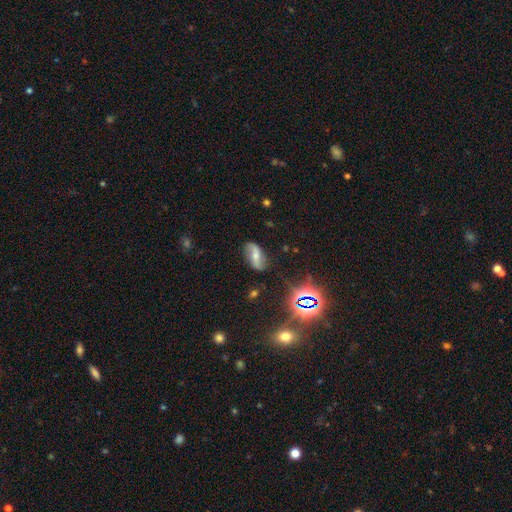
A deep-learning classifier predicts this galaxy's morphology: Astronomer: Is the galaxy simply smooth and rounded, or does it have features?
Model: featured or disk — 61%.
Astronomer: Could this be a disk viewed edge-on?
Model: no — 92%.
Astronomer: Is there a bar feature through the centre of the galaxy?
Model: strong — 37% (runner-up: weak, 33%).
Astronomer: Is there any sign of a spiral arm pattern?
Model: yes — 86%.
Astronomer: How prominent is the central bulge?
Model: moderate — 44% (runner-up: small, 43%).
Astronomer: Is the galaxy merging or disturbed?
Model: none — 79%.